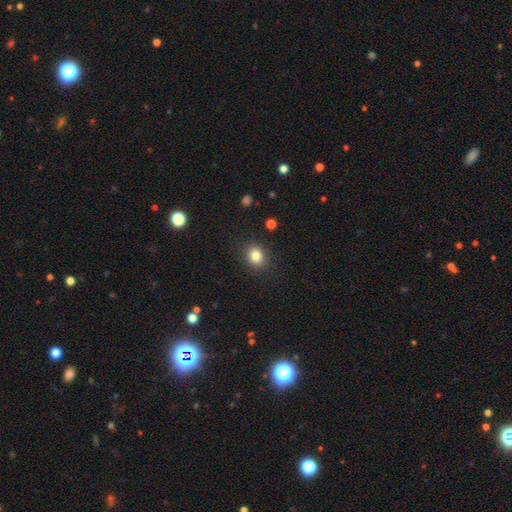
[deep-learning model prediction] Smooth or featured: smooth — 83% (star or artifact — 11%)
How rounded: round — 70% (in between — 30%)
Merging: none — 88% (minor disturbance — 8%)